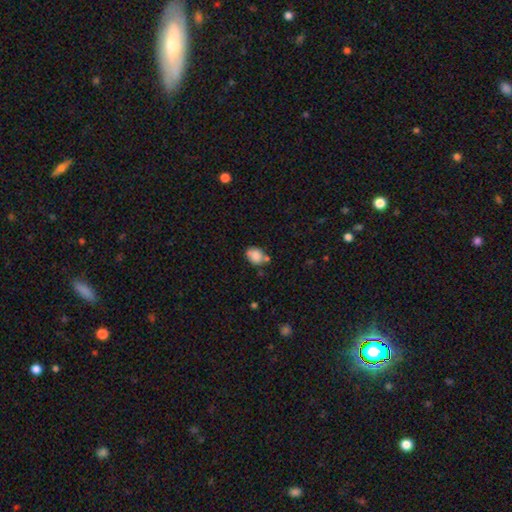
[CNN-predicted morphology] Smooth or featured: smooth — 82% (featured or disk — 9%)
How rounded: in between — 61% (round — 38%)
Merging: none — 56% (minor disturbance — 22%)